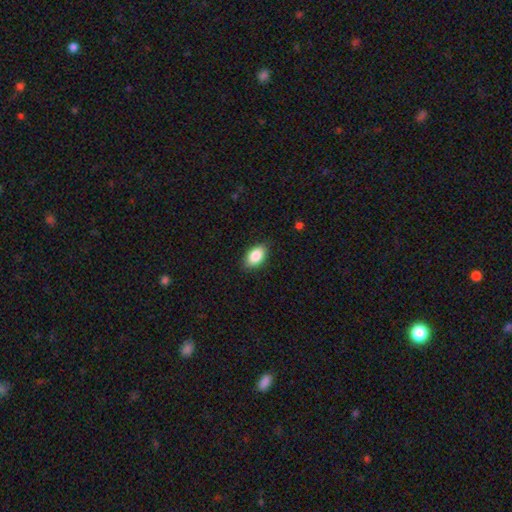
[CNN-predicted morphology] Smooth or featured?
  - smooth: 87% *
  - star or artifact: 7%
  - featured or disk: 6%
How rounded?
  - in between: 92% *
  - round: 6%
  - cigar-shaped: 2%
Merging?
  - none: 86% *
  - minor disturbance: 11%
  - major disturbance: 2%
  - merger: 1%